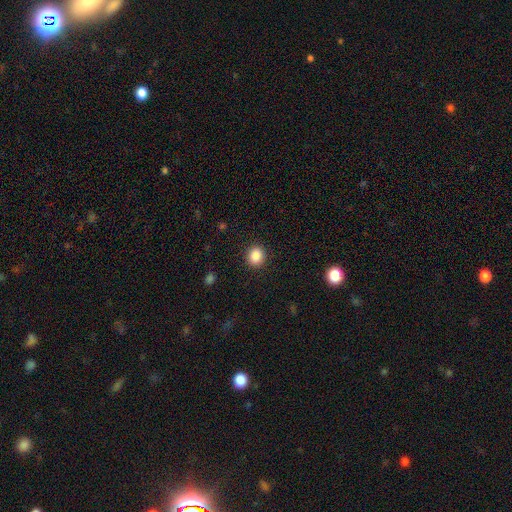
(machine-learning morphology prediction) Overall: smooth (86%). How rounded: round (82%). Merging: none (91%).